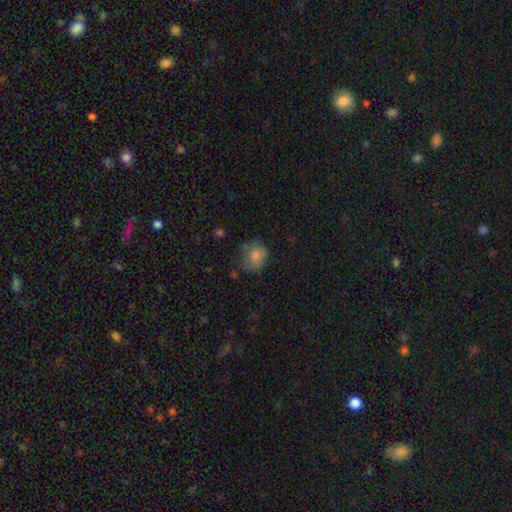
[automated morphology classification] A smooth galaxy with no disk features (76%) that is round (74%). Merging: none (64%).